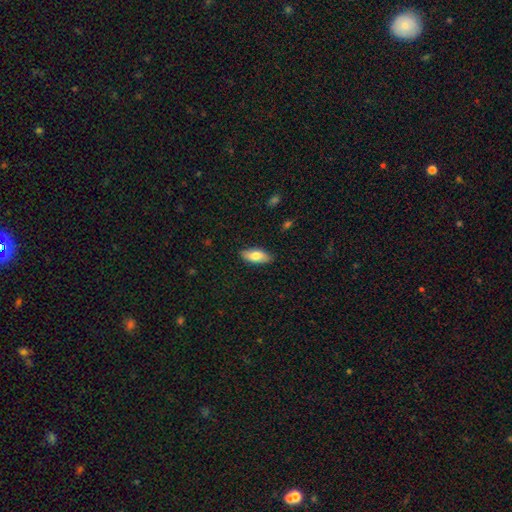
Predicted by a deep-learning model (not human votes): This appears to be a smooth galaxy with no disk features (77%) that is in between round and cigar-shaped (85%). Merging: none (86%).